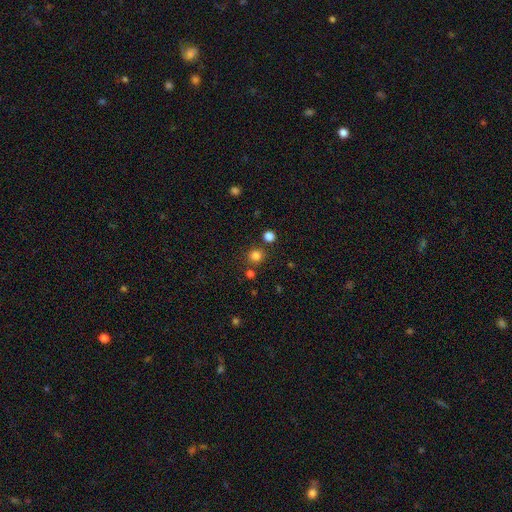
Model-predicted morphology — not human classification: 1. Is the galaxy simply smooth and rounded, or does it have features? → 80% smooth, 16% star or artifact, 4% featured or disk.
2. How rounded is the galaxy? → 93% round, 6% in between, 1% cigar-shaped.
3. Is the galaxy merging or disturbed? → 82% none, 8% merger, 7% minor disturbance, 3% major disturbance.